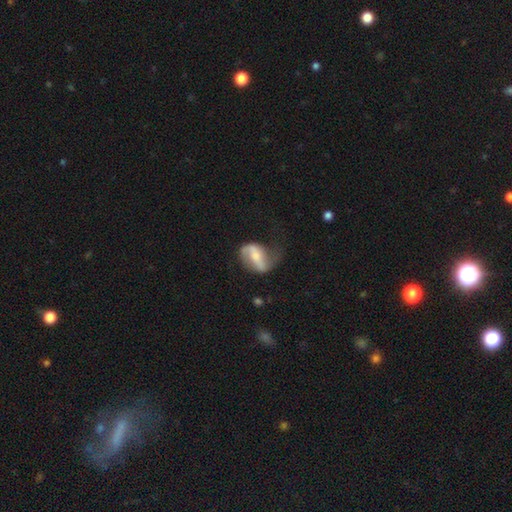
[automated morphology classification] Smooth or featured? Predicted: featured or disk (p=0.68). Edge-on disk? Predicted: no (p=0.95). Bar? Predicted: strong (p=0.43). Spiral arms? Predicted: yes (p=0.84). Spiral winding? Predicted: loose (p=0.60). Spiral arm count? Predicted: 2 (p=0.80). Bulge size? Predicted: moderate (p=0.40). Merging? Predicted: none (p=0.43).